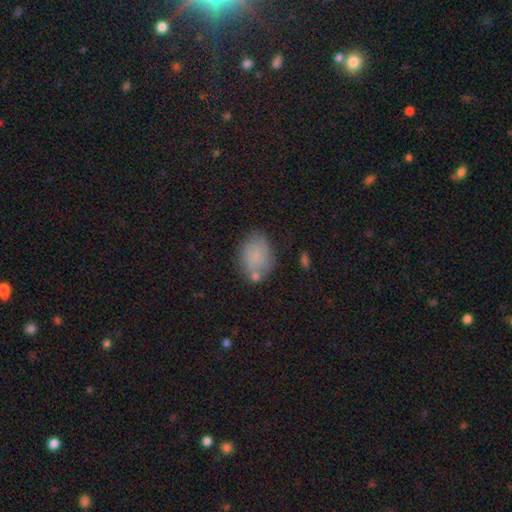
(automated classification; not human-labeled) The model was most divided on "merging": none: 59%, minor disturbance: 21%, merger: 13%, major disturbance: 7%. More confident: smooth or featured — smooth (77%); how rounded — in between (73%).